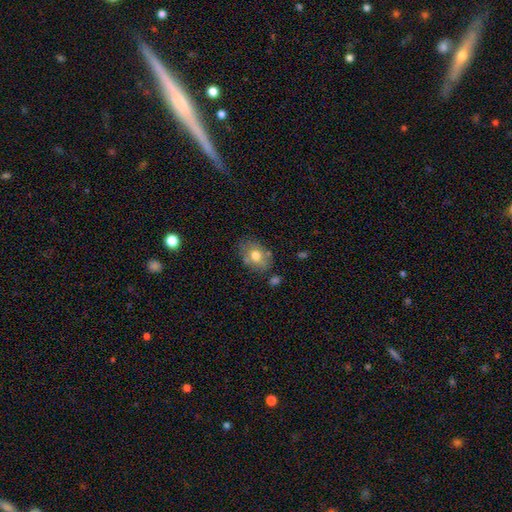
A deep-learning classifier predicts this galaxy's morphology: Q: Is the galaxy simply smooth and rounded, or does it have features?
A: smooth — 71%.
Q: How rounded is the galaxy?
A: in between — 72%.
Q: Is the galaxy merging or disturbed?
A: none — 72%.